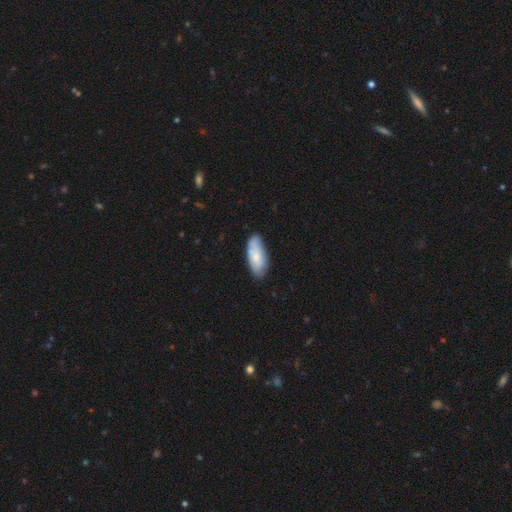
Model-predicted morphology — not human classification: smooth 75%, featured or disk 19%, star or artifact 6%. Down the decision tree: how rounded — in between (87%); merging — none (72%).